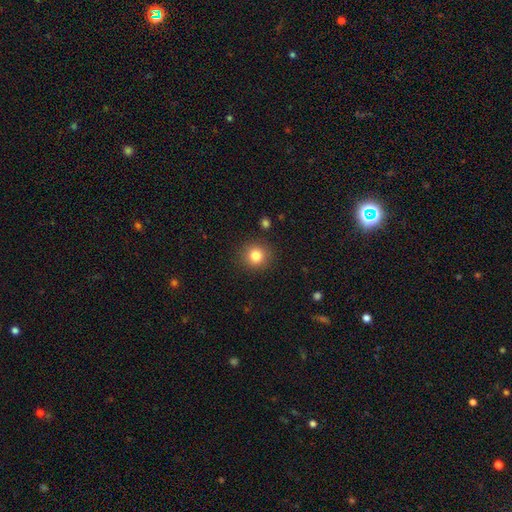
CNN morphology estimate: type=smooth (82%); roundness=round (92%); merging=none (89%).